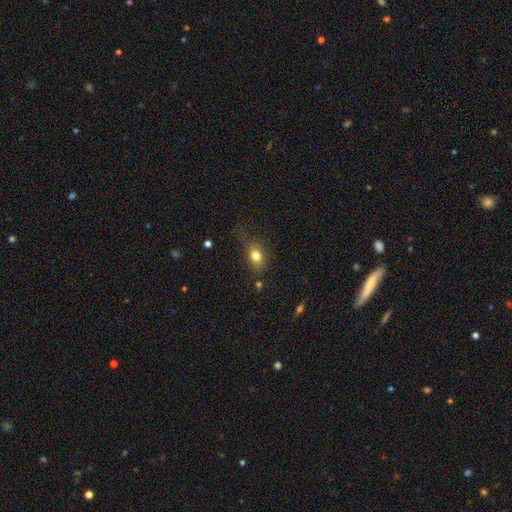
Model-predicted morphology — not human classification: Q: Smooth or featured?
A: smooth (78%); runner-up: star or artifact (12%)
Q: How rounded?
A: in between (62%); runner-up: round (35%)
Q: Merging?
A: none (60%); runner-up: minor disturbance (25%)